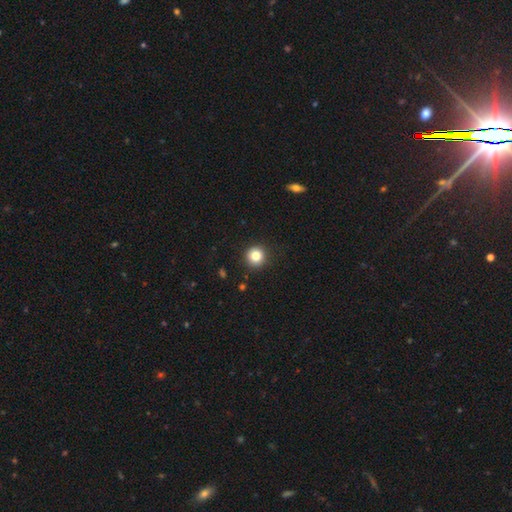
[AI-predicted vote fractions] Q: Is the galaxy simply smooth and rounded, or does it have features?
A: smooth — 84%.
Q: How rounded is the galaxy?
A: round — 94%.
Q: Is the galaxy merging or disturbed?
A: none — 90%.